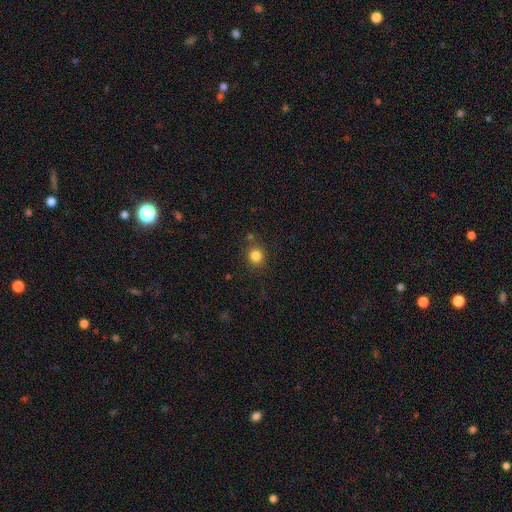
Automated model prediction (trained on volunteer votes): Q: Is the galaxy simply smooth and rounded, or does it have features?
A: smooth — 83%.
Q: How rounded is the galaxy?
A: round — 86%.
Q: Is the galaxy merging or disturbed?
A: none — 83%.